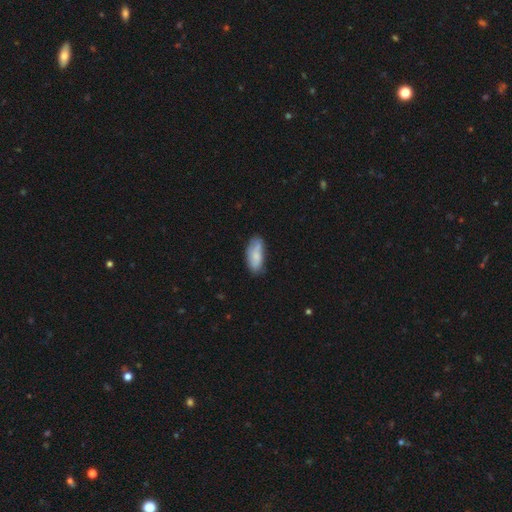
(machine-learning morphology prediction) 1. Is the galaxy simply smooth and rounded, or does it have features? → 70% smooth, 24% featured or disk, 7% star or artifact.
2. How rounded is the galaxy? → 86% in between, 12% cigar-shaped, 2% round.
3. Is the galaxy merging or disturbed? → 61% none, 27% minor disturbance, 7% major disturbance, 5% merger.